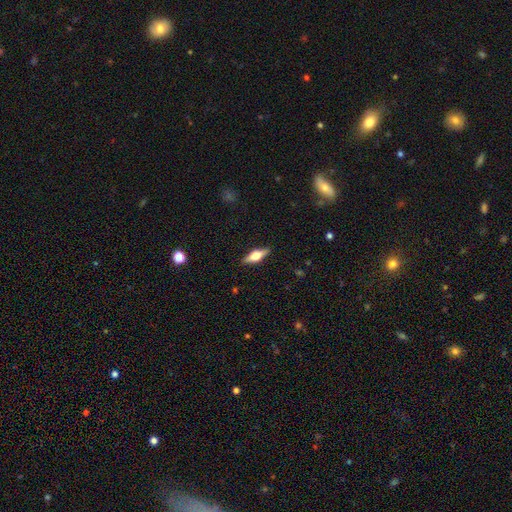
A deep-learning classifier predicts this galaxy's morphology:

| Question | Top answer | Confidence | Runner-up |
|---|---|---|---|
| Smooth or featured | featured or disk | 52% | smooth (42%) |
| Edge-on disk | yes | 92% | no (8%) |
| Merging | none | 88% | minor disturbance (9%) |